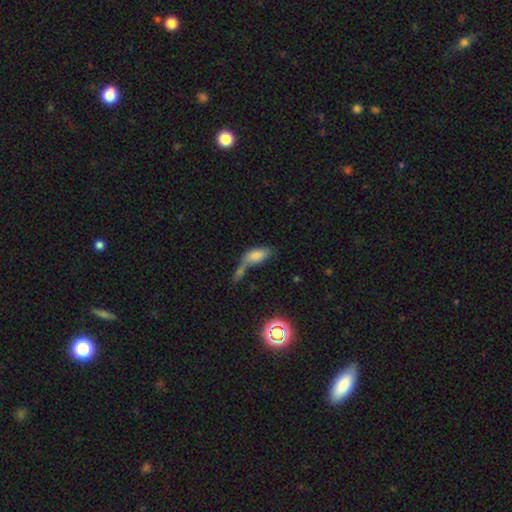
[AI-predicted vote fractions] A smooth galaxy with no disk features (76%) that is in between round and cigar-shaped (85%).

Vote fractions:
- Smooth or featured? smooth: 76% / featured or disk: 13% / star or artifact: 11%
- How rounded? in between: 85% / cigar-shaped: 12% / round: 4%
- Merging? merger: 58% / none: 21% / minor disturbance: 11% / major disturbance: 10%